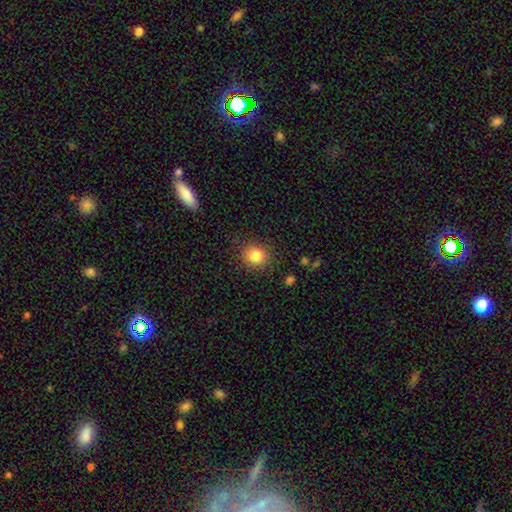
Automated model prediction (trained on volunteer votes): smooth_or_featured: smooth (p=0.84) [alt: star or artifact p=0.11]
how_rounded: round (p=0.84) [alt: in between p=0.15]
merging: none (p=0.87) [alt: minor disturbance p=0.09]